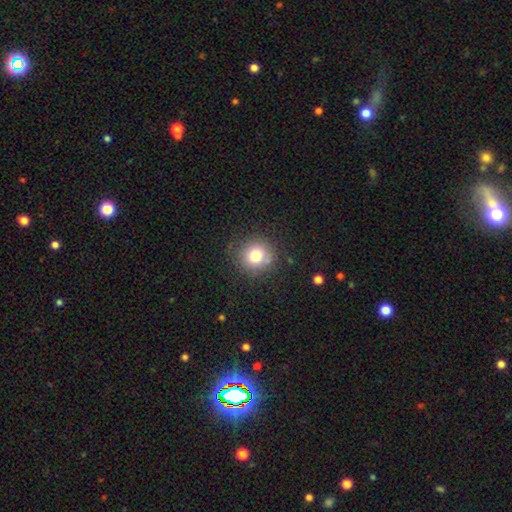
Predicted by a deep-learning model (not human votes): Q: Smooth or featured?
A: smooth (77%); runner-up: star or artifact (13%)
Q: How rounded?
A: round (92%); runner-up: in between (7%)
Q: Merging?
A: none (83%); runner-up: minor disturbance (11%)